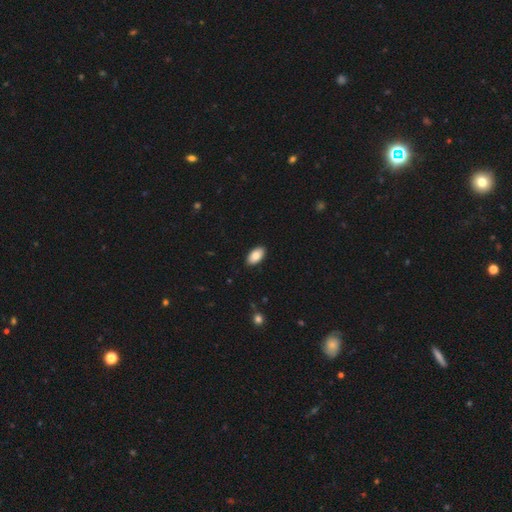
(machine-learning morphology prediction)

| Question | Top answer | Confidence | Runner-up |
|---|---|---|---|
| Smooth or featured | smooth | 87% | featured or disk (7%) |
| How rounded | in between | 95% | round (3%) |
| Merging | none | 90% | minor disturbance (8%) |